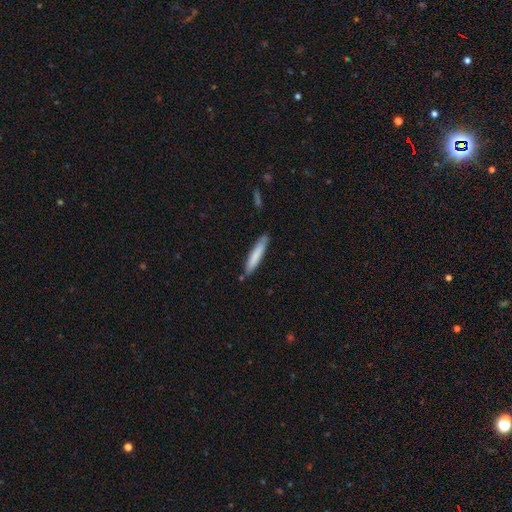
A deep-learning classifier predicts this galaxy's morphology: Smooth or featured? Predicted: smooth (p=0.78). How rounded? Predicted: cigar-shaped (p=0.93). Merging? Predicted: none (p=0.83).